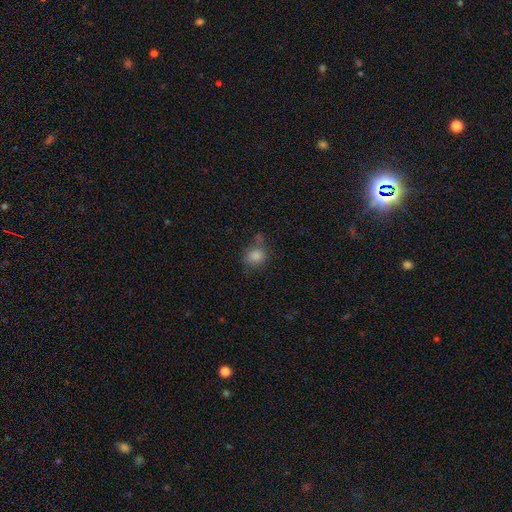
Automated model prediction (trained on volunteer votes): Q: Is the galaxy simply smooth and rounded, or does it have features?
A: smooth — 83%.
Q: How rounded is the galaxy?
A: round — 75%.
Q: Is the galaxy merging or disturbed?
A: none — 59%.